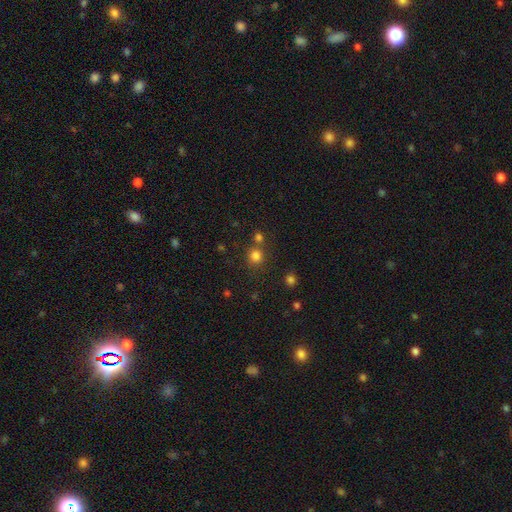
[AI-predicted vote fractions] Smooth or featured: smooth — 80% (star or artifact — 15%)
How rounded: round — 89% (in between — 10%)
Merging: none — 69% (merger — 19%)